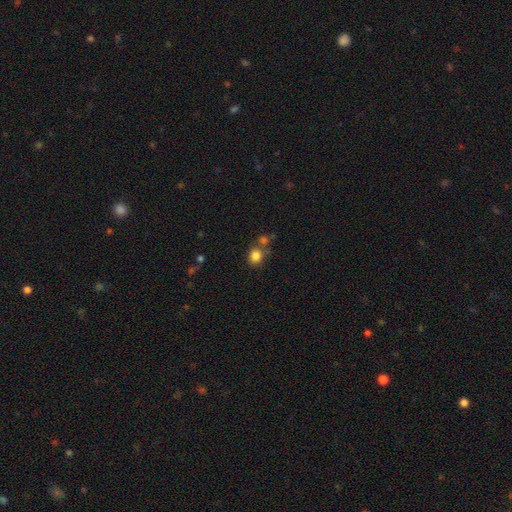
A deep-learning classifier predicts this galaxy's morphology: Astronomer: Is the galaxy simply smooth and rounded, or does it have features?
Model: smooth — 83%.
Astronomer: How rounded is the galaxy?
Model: round — 75%.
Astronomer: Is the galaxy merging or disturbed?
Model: none — 61%.